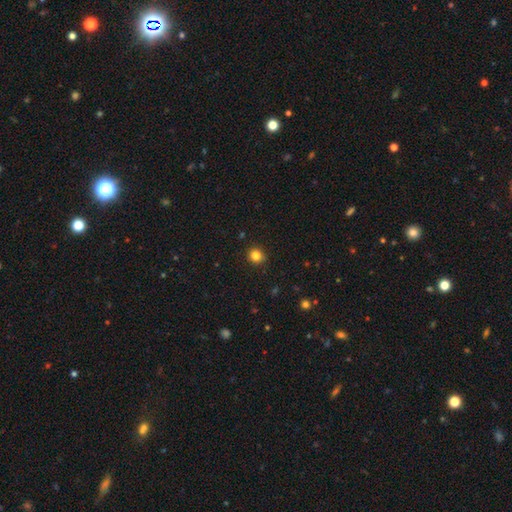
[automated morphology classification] A smooth galaxy with no disk features (83%) that is round (89%).

Vote fractions:
- Smooth or featured? smooth: 83% / star or artifact: 13% / featured or disk: 5%
- How rounded? round: 89% / in between: 10% / cigar-shaped: 1%
- Merging? none: 91% / minor disturbance: 6% / major disturbance: 2% / merger: 1%